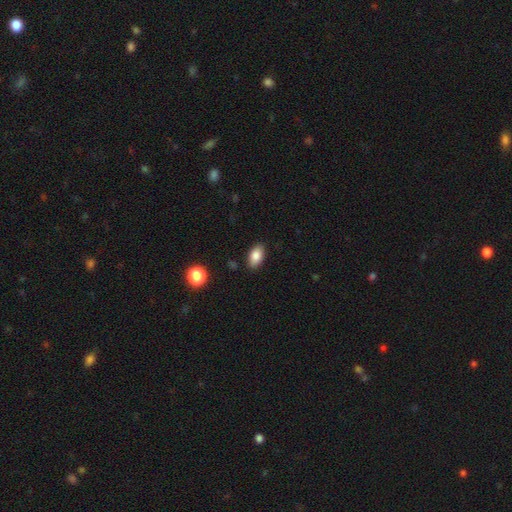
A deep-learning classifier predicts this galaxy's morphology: smooth-or-featured: smooth: 84% | star or artifact: 8% | featured or disk: 7%
  how-rounded: in between: 91% | round: 6% | cigar-shaped: 2%
  merging: none: 87% | minor disturbance: 10% | major disturbance: 2% | merger: 2%